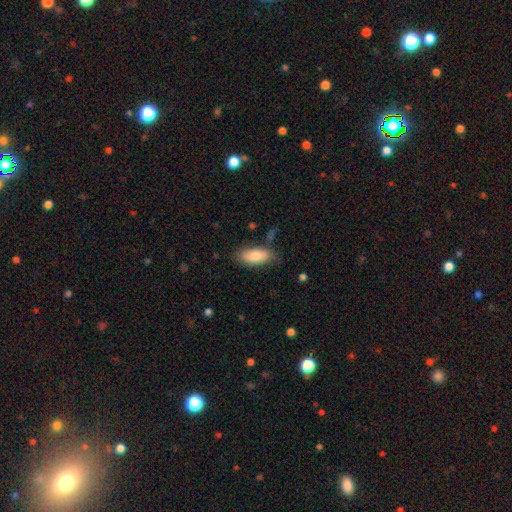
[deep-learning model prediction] smooth_or_featured: smooth (p=0.81) [alt: featured or disk p=0.13]
how_rounded: in between (p=0.88) [alt: cigar-shaped p=0.10]
merging: none (p=0.77) [alt: minor disturbance p=0.17]